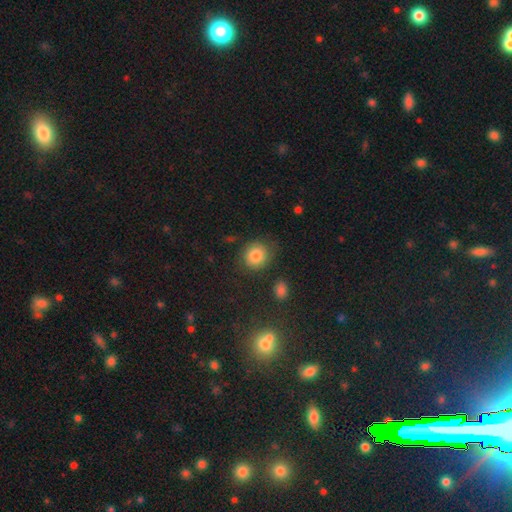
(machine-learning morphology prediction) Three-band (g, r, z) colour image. It shows a smooth galaxy with no disk features (80%) that is round (80%). Merging: none (75%).